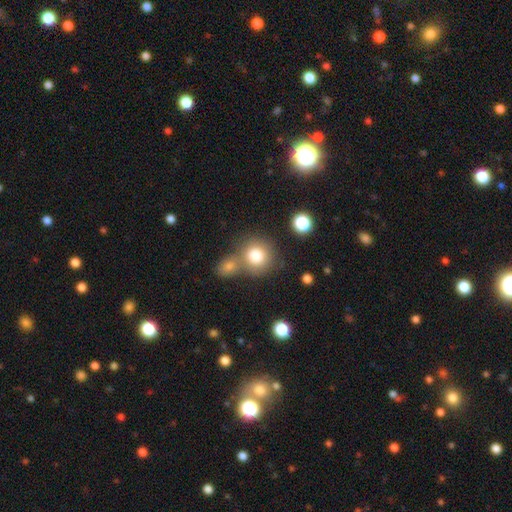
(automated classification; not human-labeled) This appears to be a smooth galaxy with no disk features (80%) that is round (87%). Merging: none (51%).